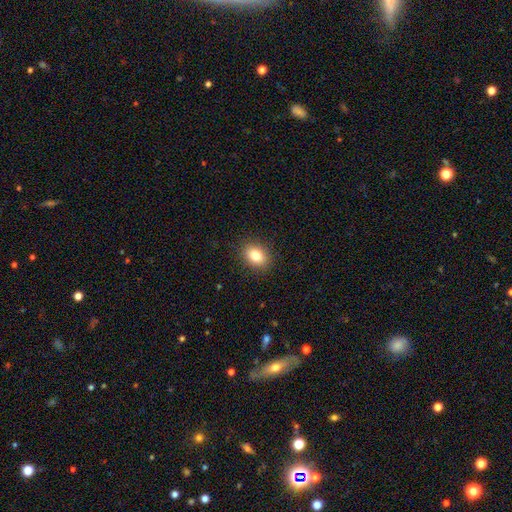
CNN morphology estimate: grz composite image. It shows a smooth galaxy with no disk features (82%) that is in between round and cigar-shaped (63%). Merging: none (89%).